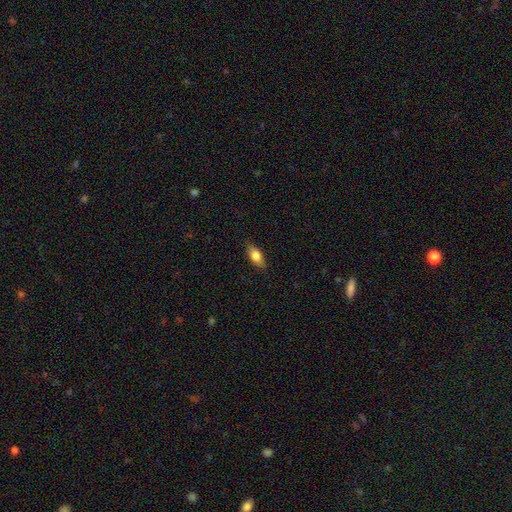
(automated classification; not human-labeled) smooth_or_featured: smooth (p=0.78) [alt: featured or disk p=0.14]
how_rounded: in between (p=0.82) [alt: cigar-shaped p=0.14]
merging: none (p=0.84) [alt: minor disturbance p=0.12]